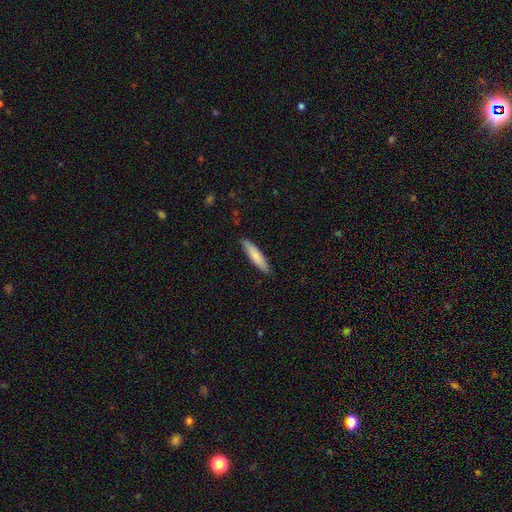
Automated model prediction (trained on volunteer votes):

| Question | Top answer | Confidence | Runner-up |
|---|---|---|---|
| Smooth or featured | smooth | 79% | featured or disk (16%) |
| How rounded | cigar-shaped | 85% | in between (14%) |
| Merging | none | 89% | minor disturbance (9%) |